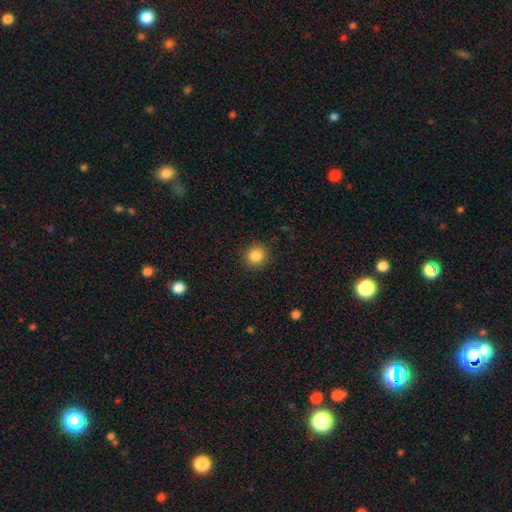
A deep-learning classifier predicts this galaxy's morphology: A smooth galaxy with no disk features (86%) that is round (89%). Merging: none (89%).